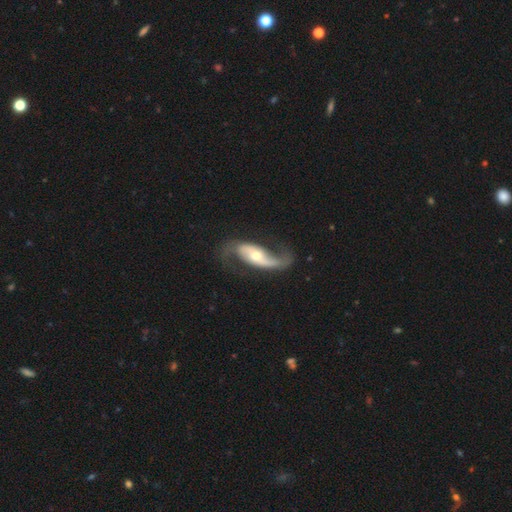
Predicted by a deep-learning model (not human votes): smooth-or-featured: featured or disk: 85% | smooth: 10% | star or artifact: 4%
  disk-edge-on: no: 92% | yes: 8%
    bar: no: 47% | weak: 29% | strong: 24%
    has-spiral-arms: yes: 94% | no: 6%
      spiral-winding: loose: 77% | medium: 17% | tight: 5%
      spiral-arm-count: 2: 88% | 1: 7% | can't tell: 2% | 3: 1% | 4: 1% | more than 4: 1%
    bulge-size: moderate: 58% | small: 34% | large: 5% | dominant: 1% | none: 1%
  merging: none: 63% | minor disturbance: 18% | major disturbance: 17% | merger: 2%